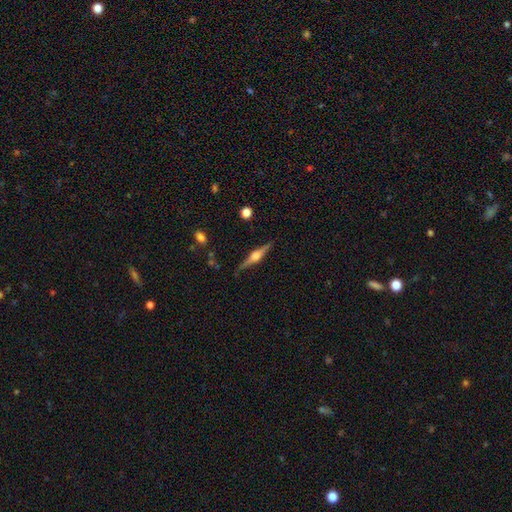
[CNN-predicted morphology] Smooth or featured?
  - featured or disk: 80% *
  - smooth: 14%
  - star or artifact: 6%
Edge-on disk?
  - yes: 98% *
  - no: 2%
Edge-on bulge?
  - rounded: 89% *
  - boxy: 9%
  - none: 2%
Merging?
  - none: 87% *
  - minor disturbance: 9%
  - major disturbance: 2%
  - merger: 2%